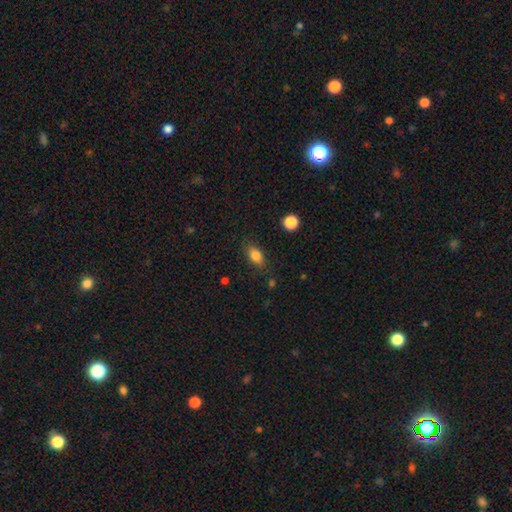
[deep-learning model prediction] Q: Smooth or featured?
A: smooth (81%); runner-up: featured or disk (10%)
Q: How rounded?
A: in between (83%); runner-up: round (10%)
Q: Merging?
A: none (82%); runner-up: minor disturbance (13%)